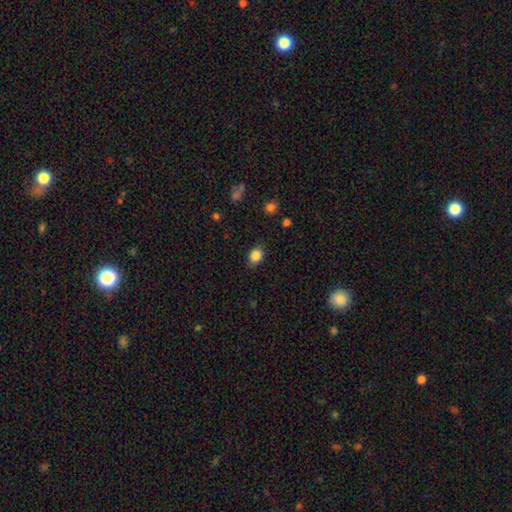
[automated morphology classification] smooth-or-featured: smooth: 85% | star or artifact: 10% | featured or disk: 5%
  how-rounded: round: 53% | in between: 46% | cigar-shaped: 1%
  merging: none: 84% | minor disturbance: 11% | major disturbance: 3% | merger: 1%